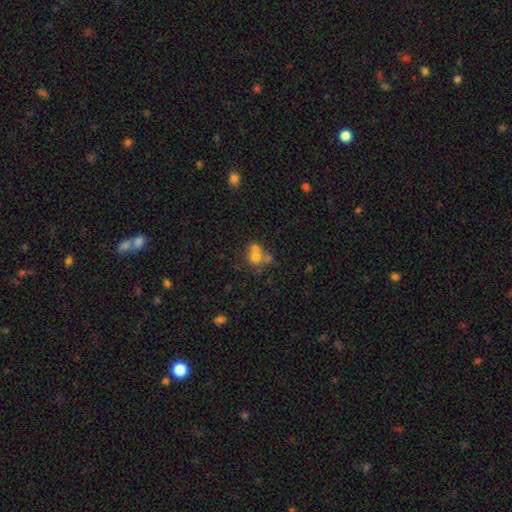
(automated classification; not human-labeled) smooth_or_featured: smooth (p=0.63) [alt: featured or disk p=0.22]
how_rounded: round (p=0.60) [alt: in between p=0.39]
merging: merger (p=0.50) [alt: none p=0.30]